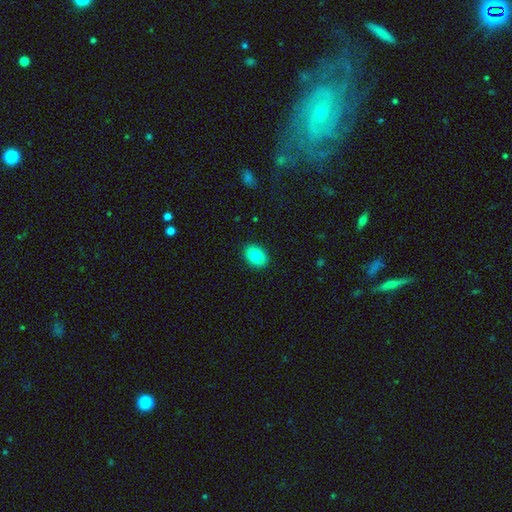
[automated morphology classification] Smooth or featured?
  - smooth: 86% *
  - star or artifact: 8%
  - featured or disk: 7%
How rounded?
  - in between: 81% *
  - round: 18%
  - cigar-shaped: 1%
Merging?
  - none: 90% *
  - minor disturbance: 8%
  - major disturbance: 2%
  - merger: 1%